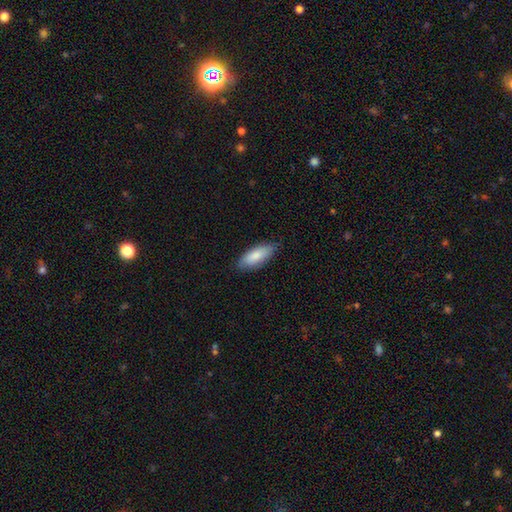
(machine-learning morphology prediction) Overall: smooth (83%). How rounded: in between (76%). Merging: none (82%).